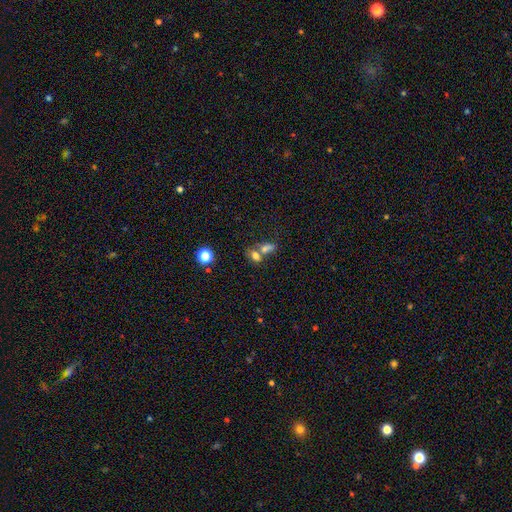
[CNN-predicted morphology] smooth_or_featured: smooth (p=0.73) [alt: star or artifact p=0.14]
how_rounded: in between (p=0.69) [alt: round p=0.27]
merging: merger (p=0.56) [alt: none p=0.31]